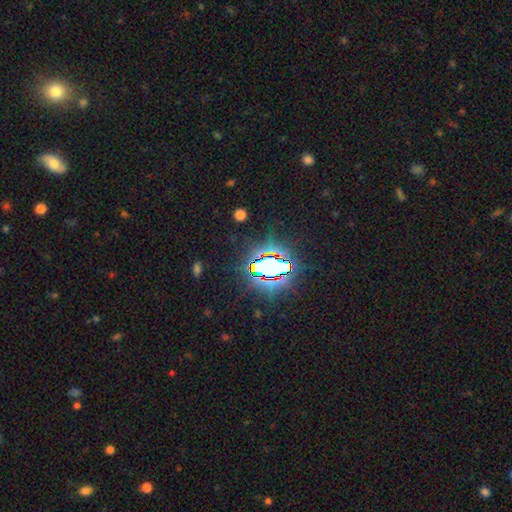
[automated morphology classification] The model was most divided on "smooth or featured": star or artifact: 76%, smooth: 15%, featured or disk: 10%.